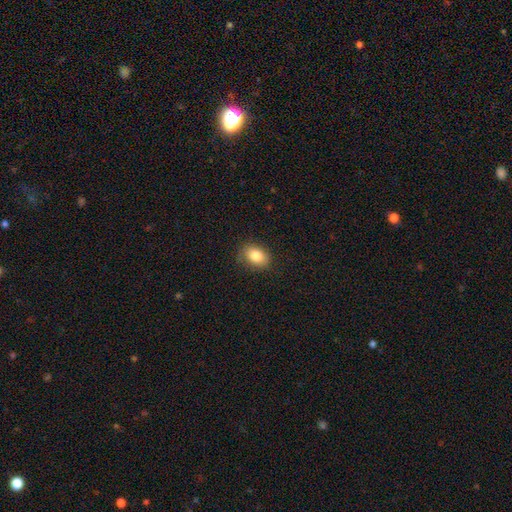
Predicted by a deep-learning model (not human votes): smooth 83%, star or artifact 9%, featured or disk 8%. Down the decision tree: how rounded — in between (73%); merging — none (81%).